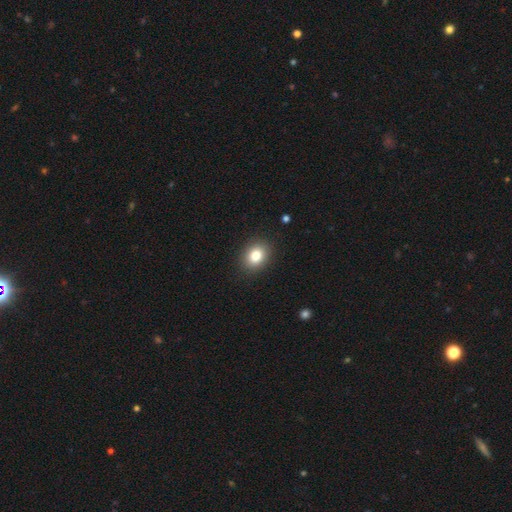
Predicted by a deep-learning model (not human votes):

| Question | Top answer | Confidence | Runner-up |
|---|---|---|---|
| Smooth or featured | smooth | 83% | star or artifact (10%) |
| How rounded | in between | 57% | round (42%) |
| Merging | none | 89% | minor disturbance (8%) |